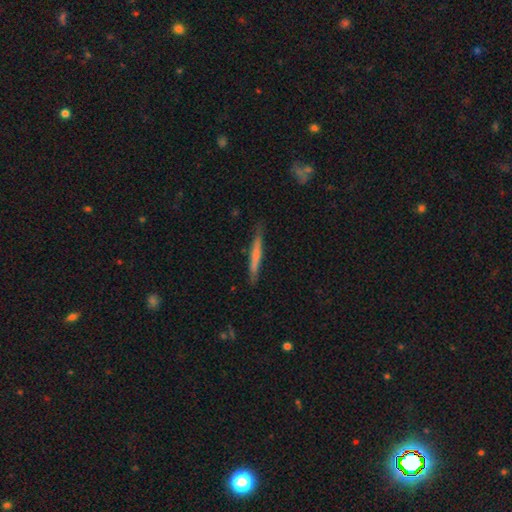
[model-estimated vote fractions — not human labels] Morphology: type=smooth (59%); roundness=cigar-shaped (96%); merging=none (85%).